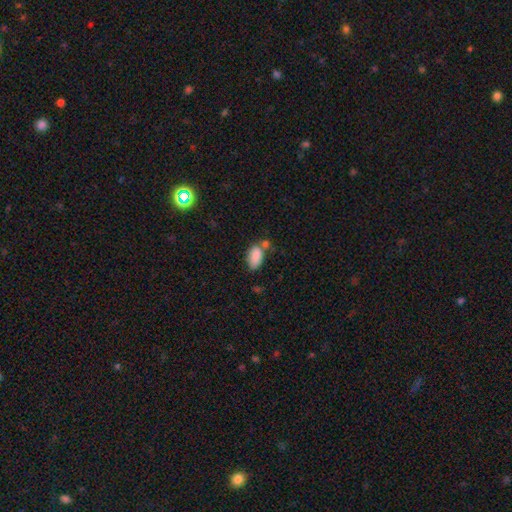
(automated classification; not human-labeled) This is clearly a smooth galaxy (86%). How rounded: clearly in between (93%). Merging: possibly none (50%).